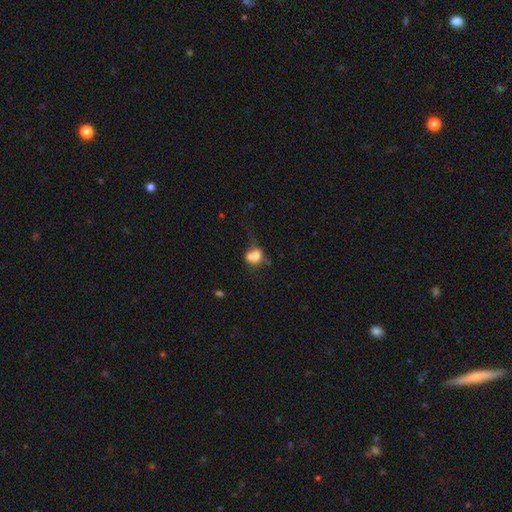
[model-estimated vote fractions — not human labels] smooth_or_featured: smooth (p=0.67) [alt: featured or disk p=0.22]
how_rounded: round (p=0.54) [alt: in between p=0.44]
merging: merger (p=0.52) [alt: none p=0.24]